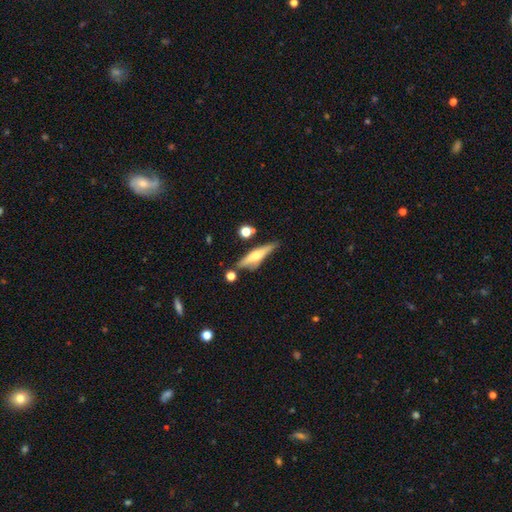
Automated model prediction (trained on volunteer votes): smooth_or_featured: featured or disk (p=0.54) [alt: smooth p=0.40]
disk_edge_on: yes (p=0.91) [alt: no p=0.09]
merging: none (p=0.69) [alt: minor disturbance p=0.18]